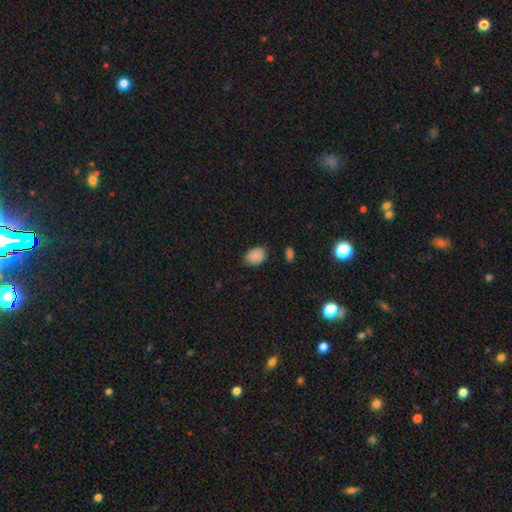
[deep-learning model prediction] smooth_or_featured: smooth (p=0.87) [alt: star or artifact p=0.09]
how_rounded: in between (p=0.76) [alt: round p=0.23]
merging: none (p=0.76) [alt: minor disturbance p=0.19]